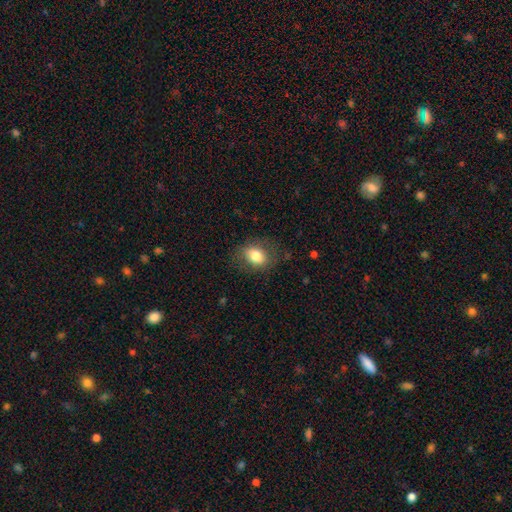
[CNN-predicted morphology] Q: Smooth or featured?
A: smooth (79%); runner-up: featured or disk (13%)
Q: How rounded?
A: in between (66%); runner-up: round (33%)
Q: Merging?
A: none (78%); runner-up: minor disturbance (15%)